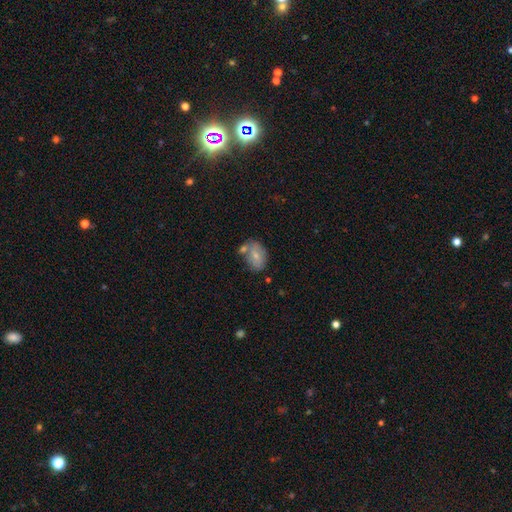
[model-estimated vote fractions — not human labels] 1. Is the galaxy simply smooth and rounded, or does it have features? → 69% smooth, 24% featured or disk, 8% star or artifact.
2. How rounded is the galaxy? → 77% in between, 22% round, 1% cigar-shaped.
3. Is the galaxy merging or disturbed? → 48% none, 27% merger, 19% minor disturbance, 6% major disturbance.